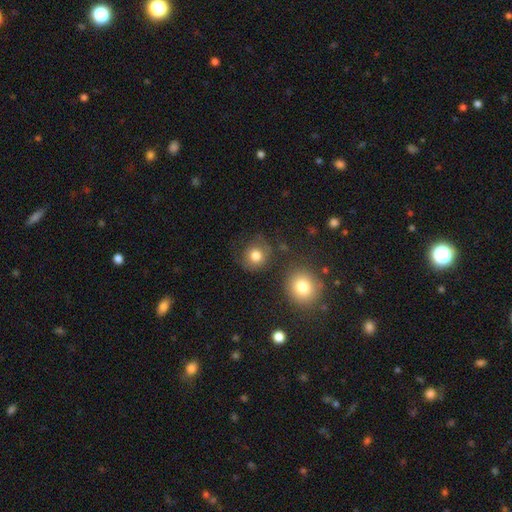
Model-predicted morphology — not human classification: This appears to be a smooth galaxy with no disk features (79%) that is round (83%). Merging: none (72%).